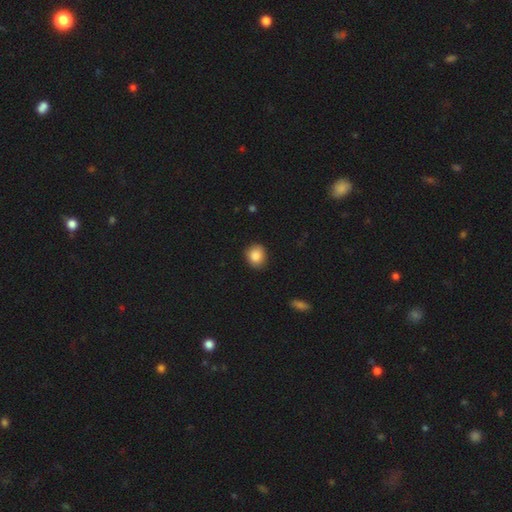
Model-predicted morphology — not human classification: Smooth or featured?
  - smooth: 87% *
  - star or artifact: 8%
  - featured or disk: 4%
How rounded?
  - round: 70% *
  - in between: 29%
  - cigar-shaped: 1%
Merging?
  - none: 82% *
  - minor disturbance: 14%
  - major disturbance: 3%
  - merger: 1%